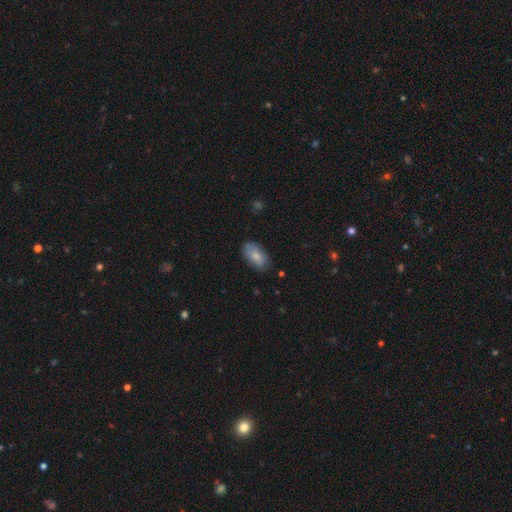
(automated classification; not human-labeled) A smooth galaxy with no disk features (80%) that is in between round and cigar-shaped (93%). Merging: none (79%).